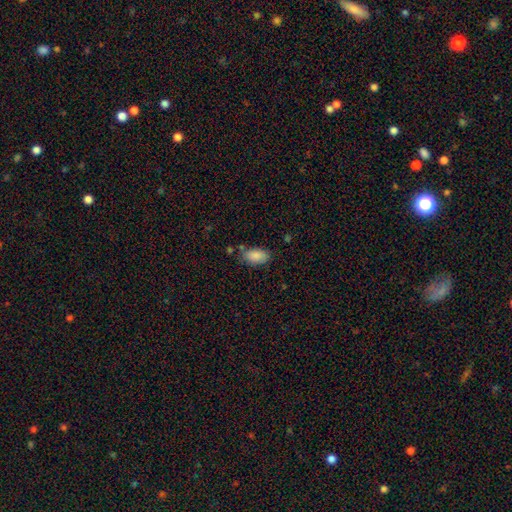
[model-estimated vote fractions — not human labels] This appears to be a smooth galaxy with no disk features (87%) that is in between round and cigar-shaped (94%). Merging: none (72%).